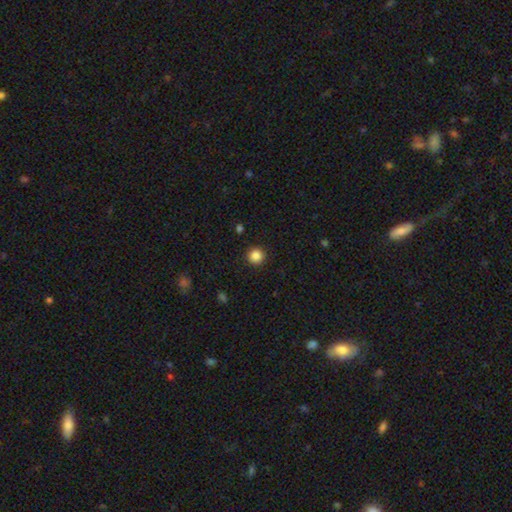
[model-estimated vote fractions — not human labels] This appears to be a smooth galaxy with no disk features (86%) that is round (95%). Merging: none (92%).